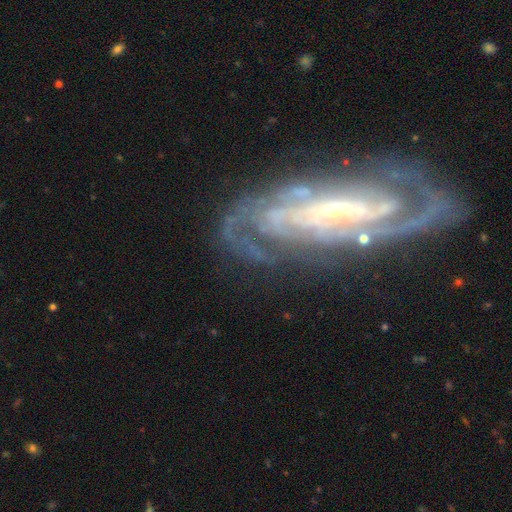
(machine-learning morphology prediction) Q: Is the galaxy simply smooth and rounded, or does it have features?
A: featured or disk — 89%.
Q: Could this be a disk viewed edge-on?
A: no — 91%.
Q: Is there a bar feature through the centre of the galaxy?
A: strong — 37%.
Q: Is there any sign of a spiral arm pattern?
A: yes — 97%.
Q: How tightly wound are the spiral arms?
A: tight — 64%.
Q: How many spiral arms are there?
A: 2 — 36%.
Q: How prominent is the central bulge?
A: small — 70%.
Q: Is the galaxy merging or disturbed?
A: none — 76%.